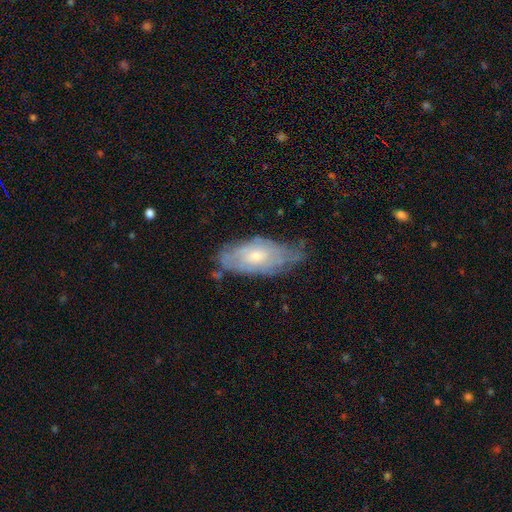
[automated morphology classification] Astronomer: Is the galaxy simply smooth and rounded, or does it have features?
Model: featured or disk — 54% (runner-up: smooth, 39%).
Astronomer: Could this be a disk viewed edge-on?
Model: no — 87%.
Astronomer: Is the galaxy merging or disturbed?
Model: none — 48% (runner-up: minor disturbance, 38%).